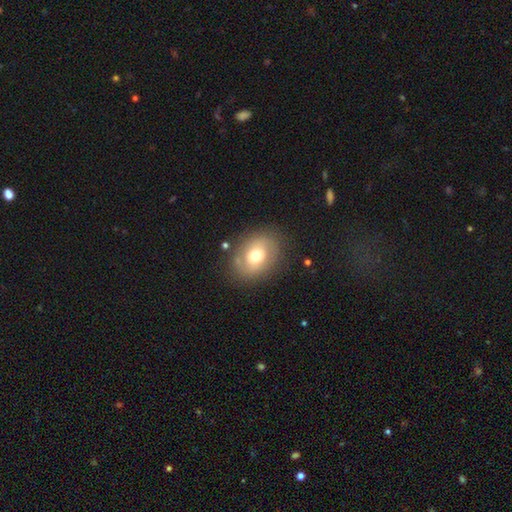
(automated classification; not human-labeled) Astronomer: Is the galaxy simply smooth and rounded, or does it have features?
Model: smooth — 56% (runner-up: featured or disk, 35%).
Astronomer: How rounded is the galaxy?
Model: in between — 55% (runner-up: round, 44%).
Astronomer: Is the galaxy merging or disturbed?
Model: none — 79%.